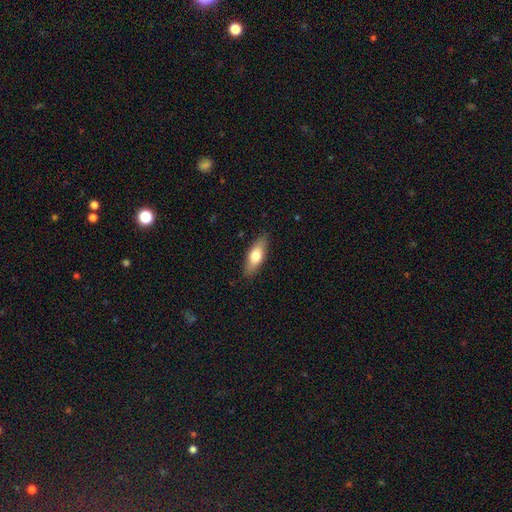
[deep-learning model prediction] Morphology: type=smooth (68%); roundness=in between (66%); merging=none (86%).